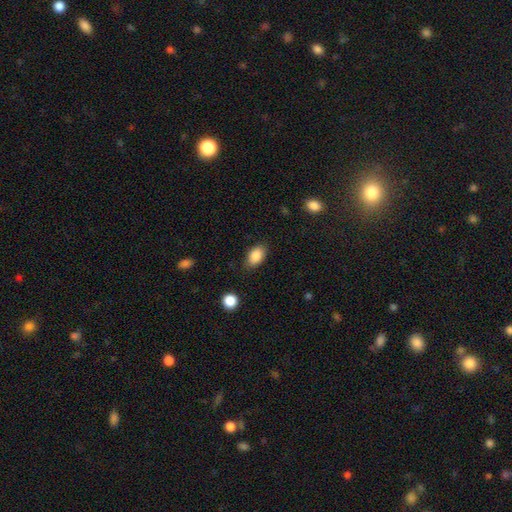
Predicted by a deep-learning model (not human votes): A smooth galaxy with no disk features (87%) that is in between round and cigar-shaped (90%).

Vote fractions:
- Smooth or featured? smooth: 87% / star or artifact: 8% / featured or disk: 5%
- How rounded? in between: 90% / round: 8% / cigar-shaped: 2%
- Merging? none: 83% / minor disturbance: 13% / major disturbance: 3% / merger: 1%